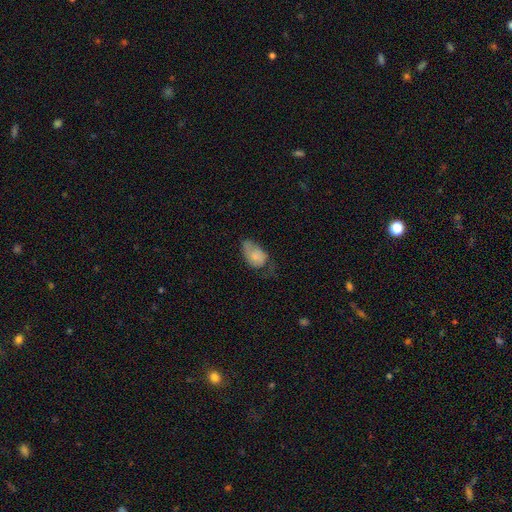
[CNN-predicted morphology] Smooth or featured?
  - smooth: 67% *
  - featured or disk: 25%
  - star or artifact: 8%
How rounded?
  - in between: 89% *
  - round: 9%
  - cigar-shaped: 2%
Merging?
  - minor disturbance: 35% *
  - major disturbance: 32%
  - none: 29%
  - merger: 4%